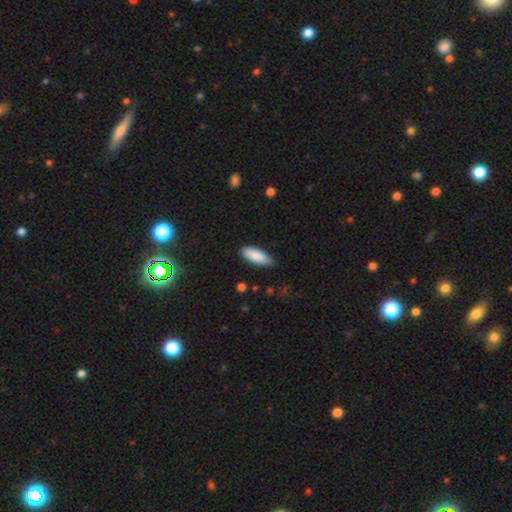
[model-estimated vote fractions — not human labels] Morphology: type=smooth (87%); roundness=in between (68%); merging=none (81%).